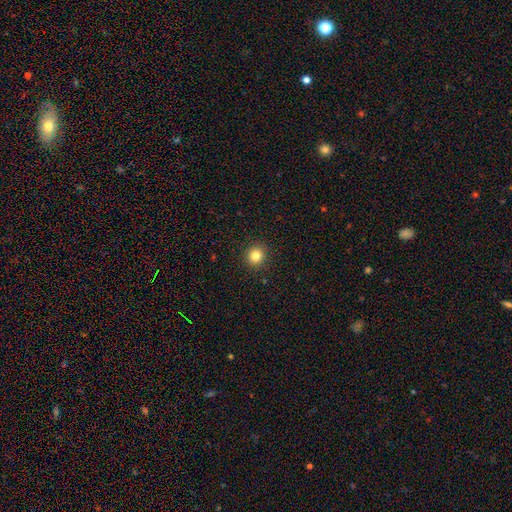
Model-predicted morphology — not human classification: This appears to be a smooth galaxy with no disk features (82%) that is round (92%). Merging: none (92%).